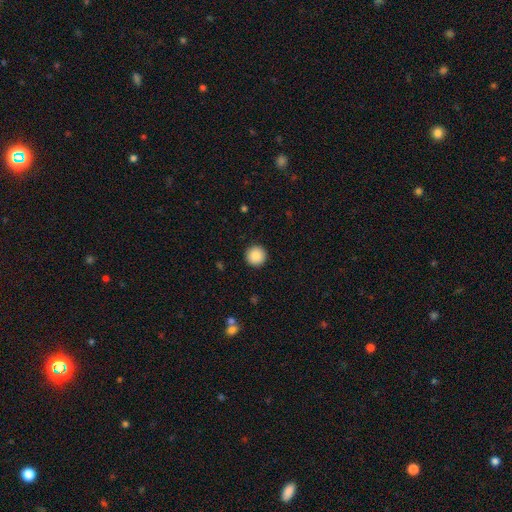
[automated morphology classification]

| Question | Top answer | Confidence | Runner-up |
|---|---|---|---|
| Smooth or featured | smooth | 89% | star or artifact (8%) |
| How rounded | round | 96% | in between (3%) |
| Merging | none | 93% | minor disturbance (4%) |